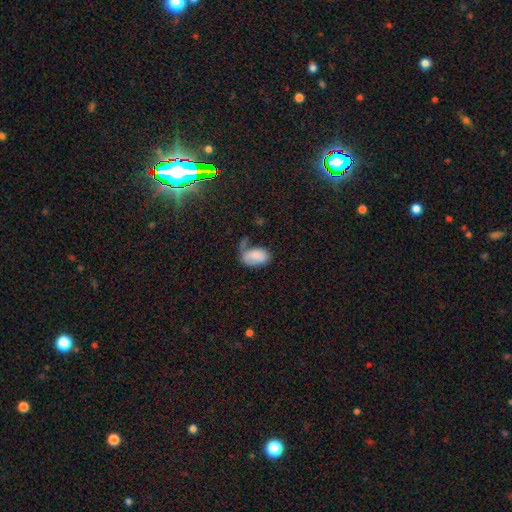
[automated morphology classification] Smooth or featured?
  - smooth: 80% *
  - featured or disk: 12%
  - star or artifact: 8%
How rounded?
  - in between: 91% *
  - round: 7%
  - cigar-shaped: 1%
Merging?
  - none: 38% *
  - minor disturbance: 27%
  - major disturbance: 23%
  - merger: 12%